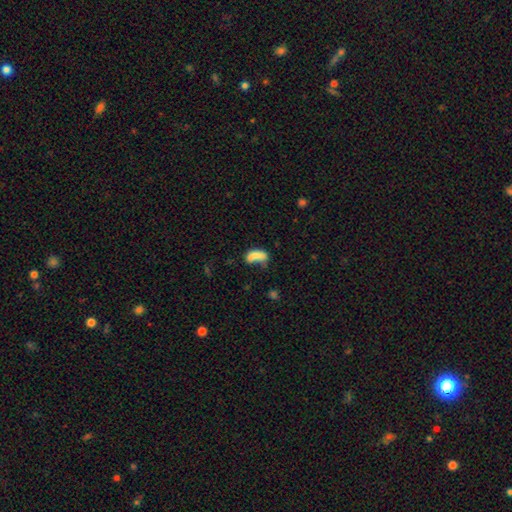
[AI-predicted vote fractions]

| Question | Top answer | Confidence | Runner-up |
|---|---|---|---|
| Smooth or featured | smooth | 73% | featured or disk (16%) |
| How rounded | in between | 85% | cigar-shaped (10%) |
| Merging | none | 30% | major disturbance (28%) |